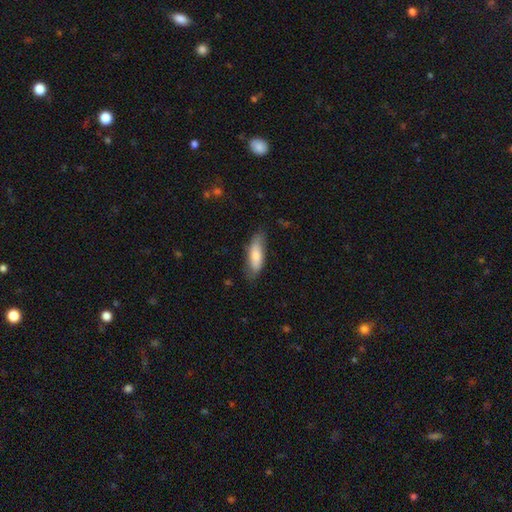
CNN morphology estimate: type=smooth (74%); roundness=in between (59%); merging=none (71%).